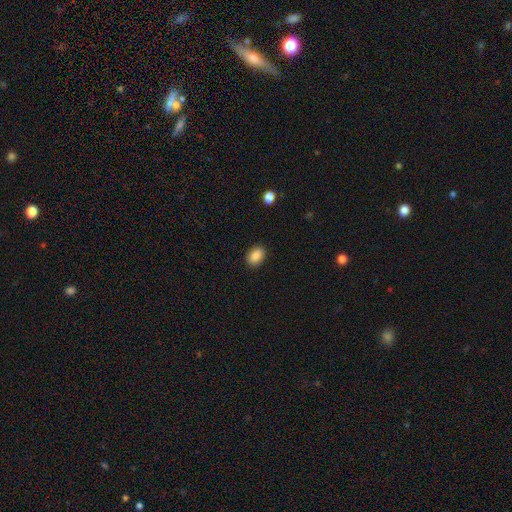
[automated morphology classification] Smooth or featured? smooth (88%)
How rounded? in between (81%)
Merging? none (89%)